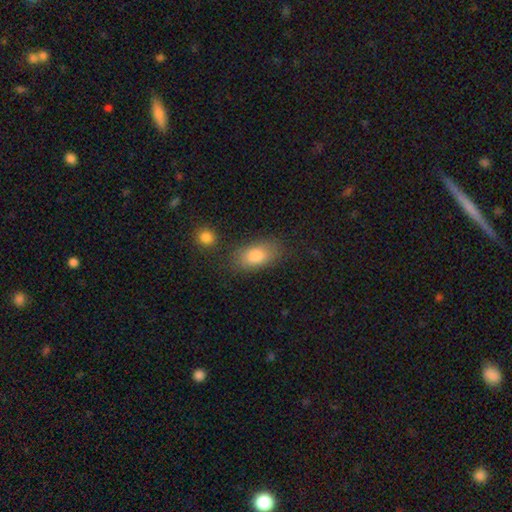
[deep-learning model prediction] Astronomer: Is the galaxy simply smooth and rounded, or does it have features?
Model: smooth — 82%.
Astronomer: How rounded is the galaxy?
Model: in between — 89%.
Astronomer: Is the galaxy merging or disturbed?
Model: none — 74%.